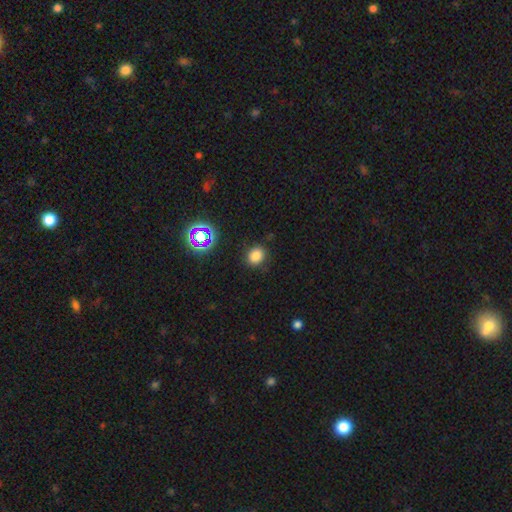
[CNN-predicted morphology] type=smooth (78%); roundness=round (64%); merging=none (84%).